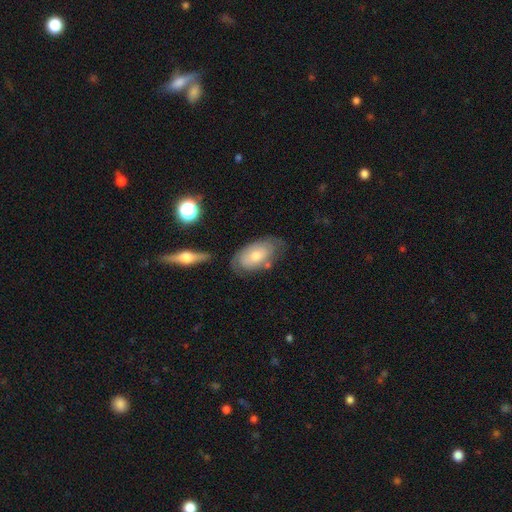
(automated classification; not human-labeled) Smooth or featured?
  - smooth: 54% *
  - featured or disk: 39%
  - star or artifact: 6%
How rounded?
  - in between: 92% *
  - round: 5%
  - cigar-shaped: 3%
Merging?
  - none: 58% *
  - minor disturbance: 25%
  - major disturbance: 10%
  - merger: 7%